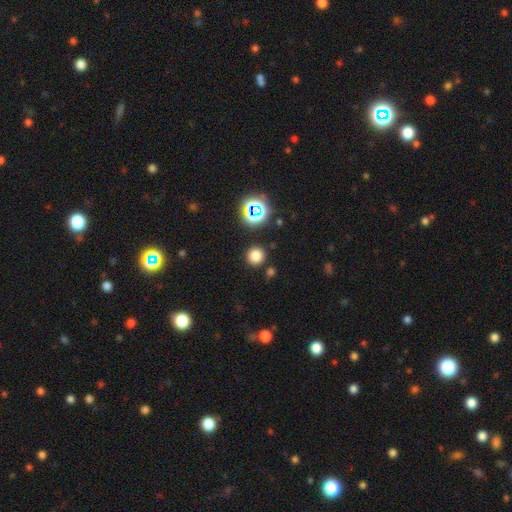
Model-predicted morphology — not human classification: A smooth galaxy with no disk features (76%) that is round (94%). Merging: none (88%).